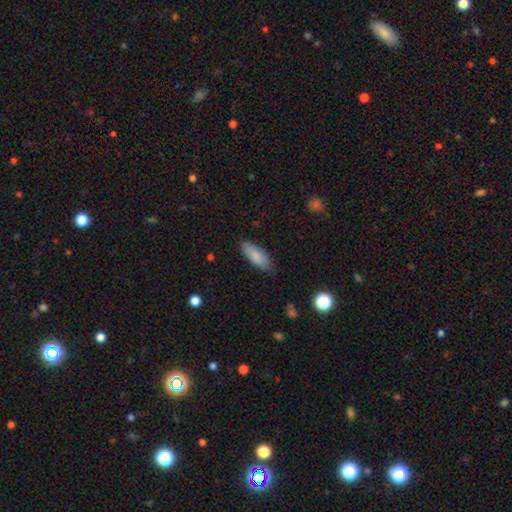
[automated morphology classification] This appears to be a smooth galaxy with no disk features (84%) that is in between round and cigar-shaped (70%). Merging: none (81%).